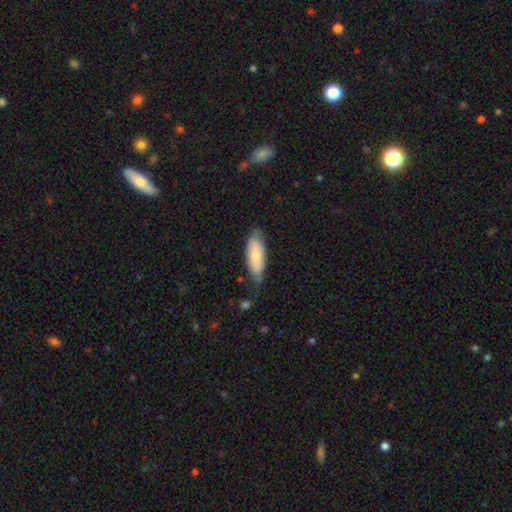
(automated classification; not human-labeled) Morphology: type=smooth (69%); roundness=in between (71%); merging=none (59%).